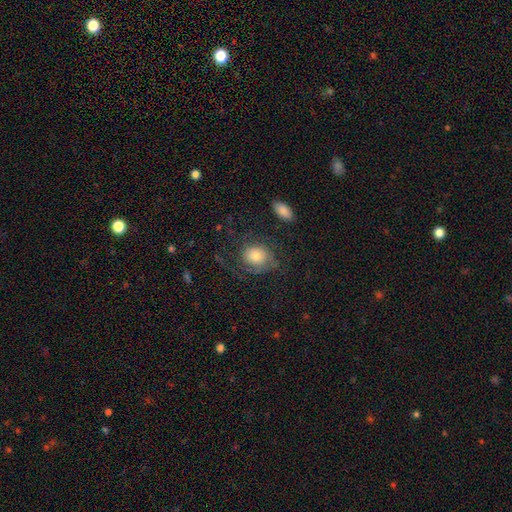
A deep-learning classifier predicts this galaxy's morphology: This is possibly a featured or disk galaxy (49%). Merging: possibly none (53%).